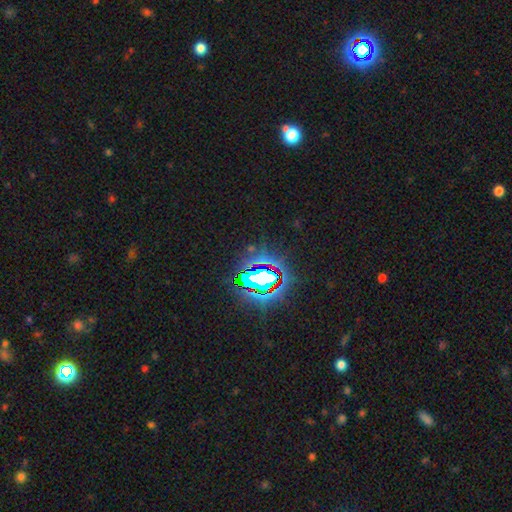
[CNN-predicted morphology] The model was most divided on "smooth or featured": star or artifact: 84%, smooth: 9%, featured or disk: 7%.